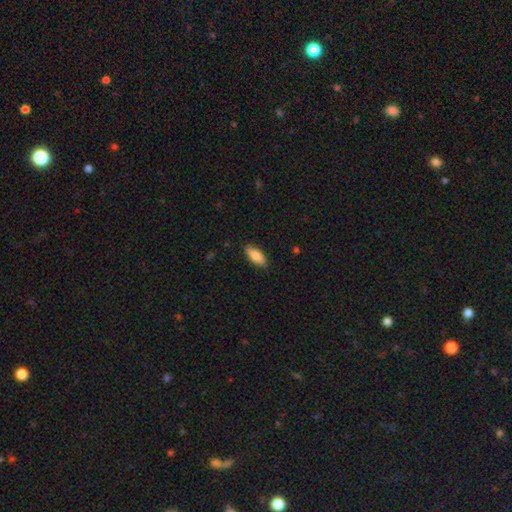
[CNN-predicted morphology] Overall: smooth (85%). How rounded: in between (76%). Merging: none (86%).